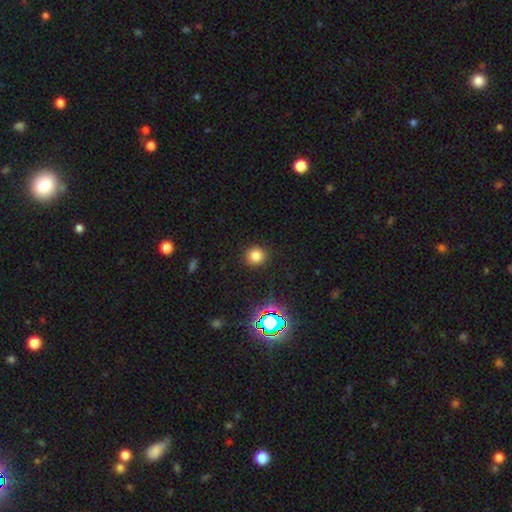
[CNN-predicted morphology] Smooth or featured?
  - smooth: 77% *
  - star or artifact: 18%
  - featured or disk: 5%
How rounded?
  - round: 87% *
  - in between: 12%
  - cigar-shaped: 1%
Merging?
  - none: 89% *
  - minor disturbance: 7%
  - major disturbance: 3%
  - merger: 1%